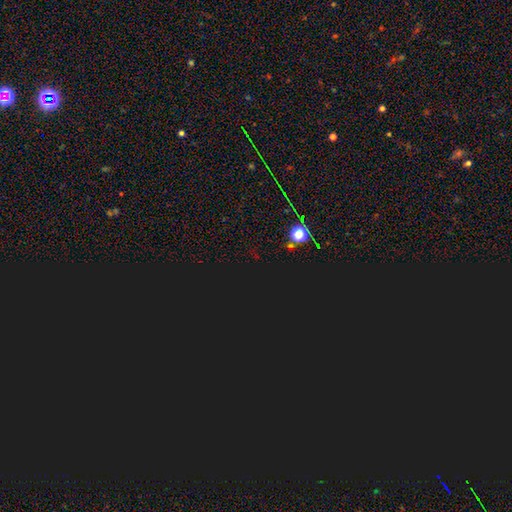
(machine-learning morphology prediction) The model was most divided on "smooth or featured": star or artifact: 77%, smooth: 17%, featured or disk: 6%.